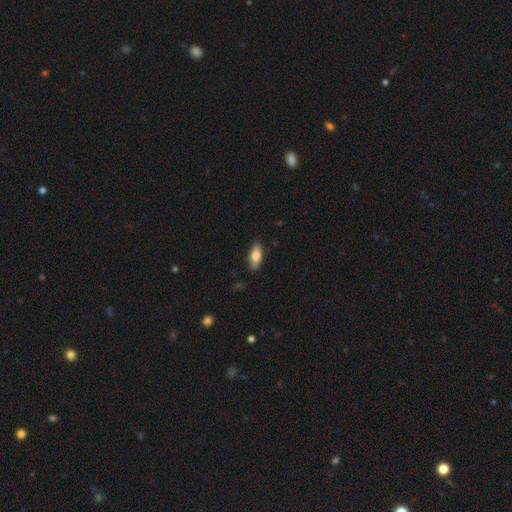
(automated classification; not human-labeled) Overall: smooth (78%). How rounded: in between (80%). Merging: none (85%).